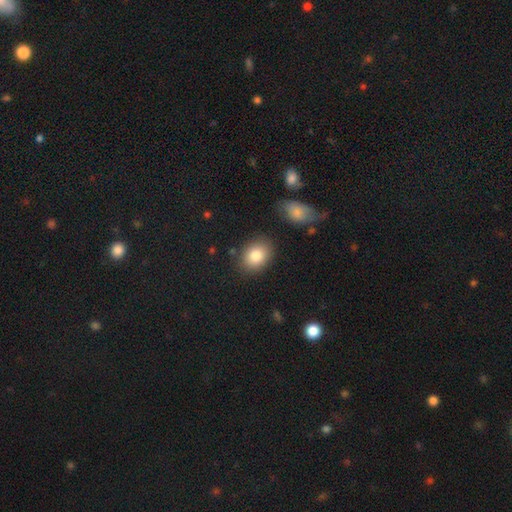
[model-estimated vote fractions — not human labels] The model was most divided on "how rounded": in between: 62%, round: 37%, cigar-shaped: 1%. More confident: smooth or featured — smooth (83%); merging — none (83%).